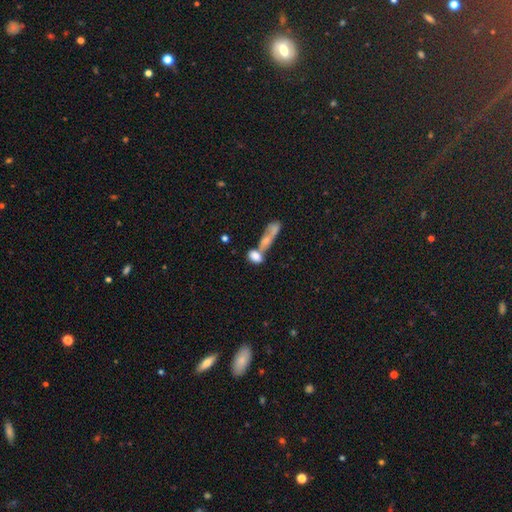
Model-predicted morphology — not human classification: Smooth or featured?
  - smooth: 75% *
  - featured or disk: 16%
  - star or artifact: 9%
How rounded?
  - in between: 75% *
  - cigar-shaped: 12%
  - round: 12%
Merging?
  - merger: 61% *
  - none: 23%
  - minor disturbance: 8%
  - major disturbance: 7%